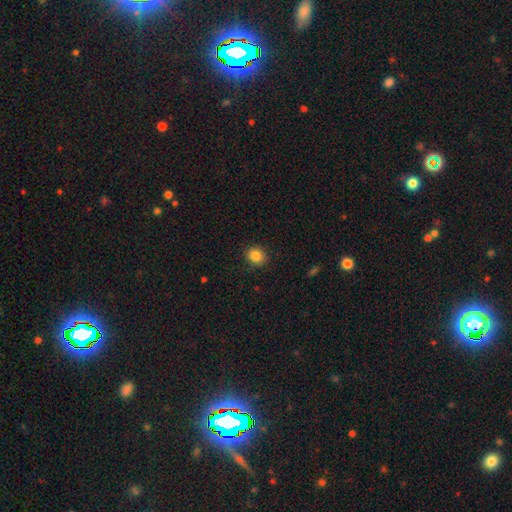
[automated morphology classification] smooth_or_featured: smooth (p=0.86) [alt: star or artifact p=0.10]
how_rounded: round (p=0.72) [alt: in between p=0.27]
merging: none (p=0.89) [alt: minor disturbance p=0.08]